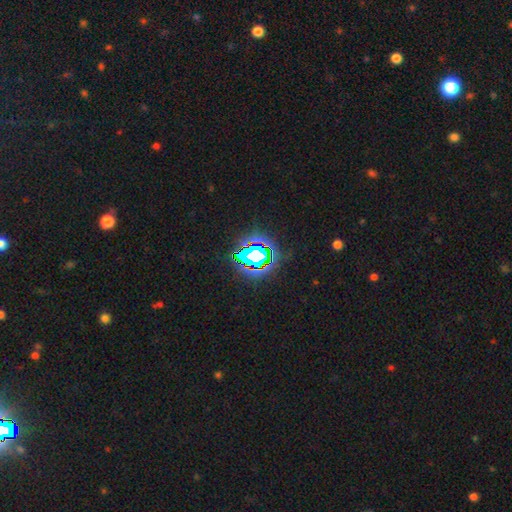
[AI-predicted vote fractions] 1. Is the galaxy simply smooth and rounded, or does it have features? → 71% star or artifact, 16% smooth, 13% featured or disk.